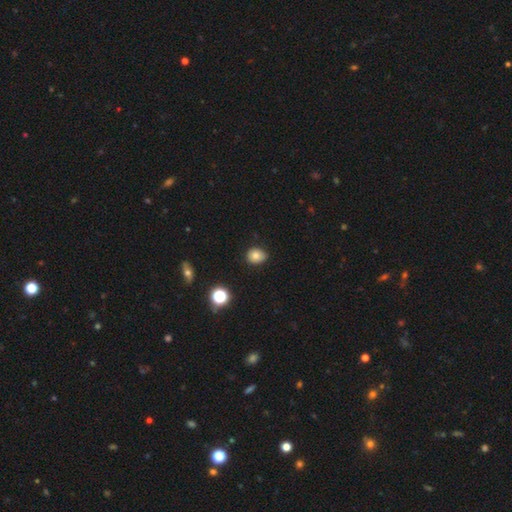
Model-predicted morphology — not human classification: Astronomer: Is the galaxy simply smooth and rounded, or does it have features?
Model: smooth — 79%.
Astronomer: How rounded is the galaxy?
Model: round — 62% (runner-up: in between, 37%).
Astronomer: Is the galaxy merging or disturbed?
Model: none — 81%.